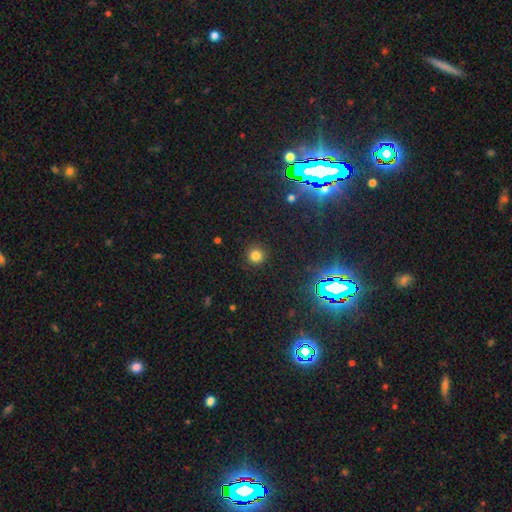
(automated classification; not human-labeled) Smooth or featured? smooth (78%)
How rounded? round (94%)
Merging? none (90%)